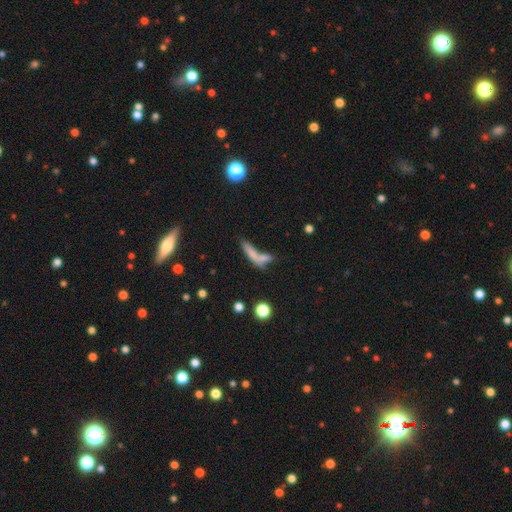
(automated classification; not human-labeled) Smooth or featured? Predicted: smooth (p=0.65). How rounded? Predicted: cigar-shaped (p=0.72). Merging? Predicted: merger (p=0.42).